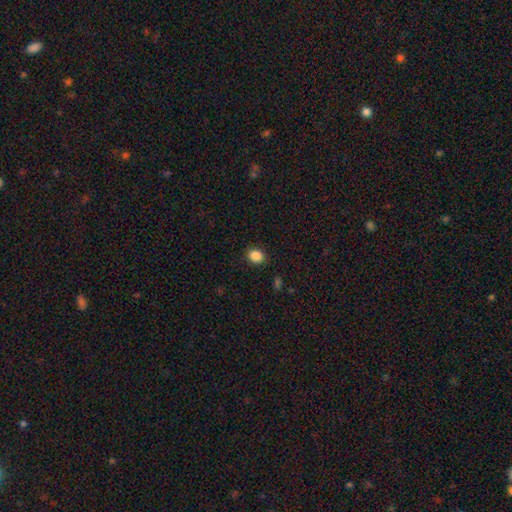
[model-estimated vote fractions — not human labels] A smooth galaxy with no disk features (87%) that is round (56%). Merging: none (88%).